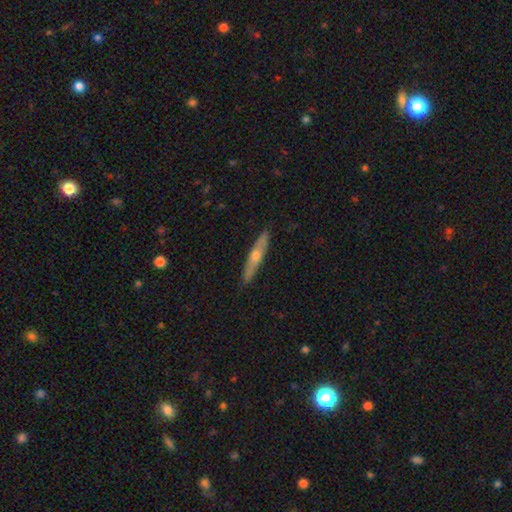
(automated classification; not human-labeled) featured or disk 61%, smooth 33%, star or artifact 6%. Down the decision tree: edge-on disk — yes (92%); edge-on bulge — rounded (86%); merging — none (90%).